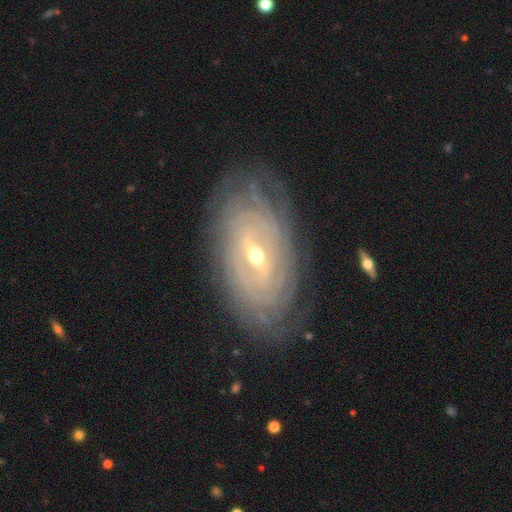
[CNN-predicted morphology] featured or disk 88%, smooth 7%, star or artifact 5%. Down the decision tree: edge-on disk — no (94%); bar — weak (46%); spiral arms — yes (94%); spiral arm count — can't tell (43%); spiral winding — tight (87%); bulge size — moderate (50%); merging — none (82%).